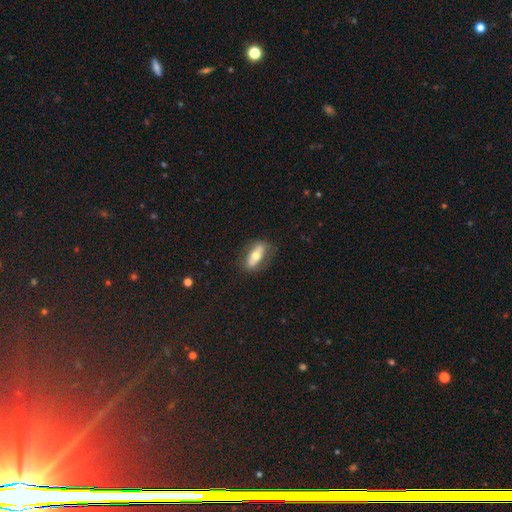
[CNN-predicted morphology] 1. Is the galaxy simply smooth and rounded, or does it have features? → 53% smooth, 41% featured or disk, 6% star or artifact.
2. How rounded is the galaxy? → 74% in between, 22% cigar-shaped, 4% round.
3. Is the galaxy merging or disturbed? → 74% none, 18% minor disturbance, 6% major disturbance, 2% merger.